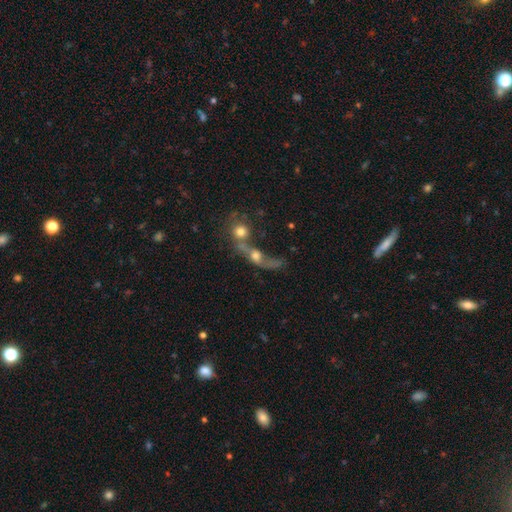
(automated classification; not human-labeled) A smooth galaxy with no disk features (47%).

Vote fractions:
- Smooth or featured? smooth: 47% / featured or disk: 38% / star or artifact: 15%
- Merging? merger: 62% / none: 16% / major disturbance: 14% / minor disturbance: 8%